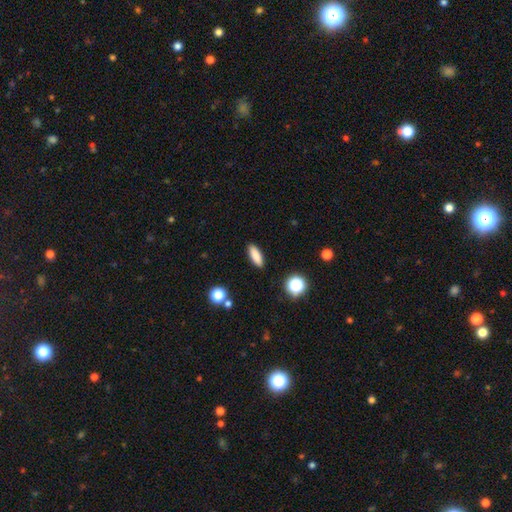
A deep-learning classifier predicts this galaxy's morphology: This appears to be a smooth galaxy with no disk features (84%) that is in between round and cigar-shaped (60%). Merging: none (90%).